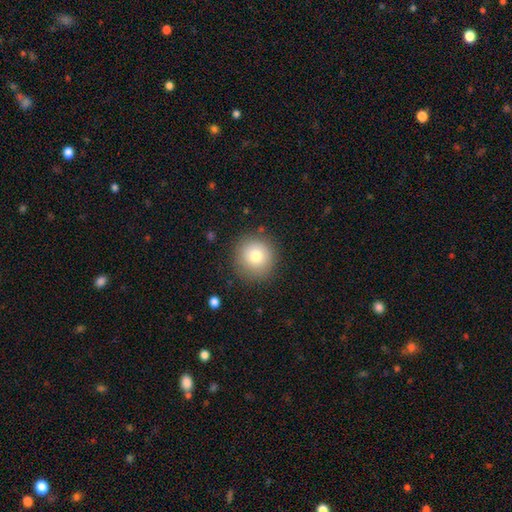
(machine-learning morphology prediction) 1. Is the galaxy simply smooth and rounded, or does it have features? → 77% smooth, 12% featured or disk, 10% star or artifact.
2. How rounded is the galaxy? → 94% round, 5% in between, 1% cigar-shaped.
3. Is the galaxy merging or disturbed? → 85% none, 10% minor disturbance, 3% major disturbance, 1% merger.